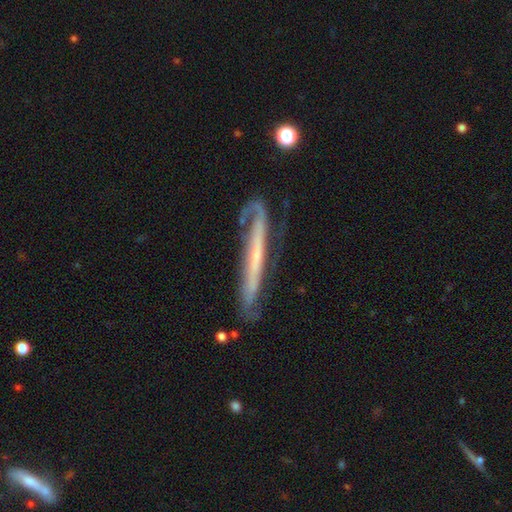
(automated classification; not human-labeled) smooth_or_featured: featured or disk (p=0.70) [alt: smooth p=0.23]
disk_edge_on: yes (p=0.71) [alt: no p=0.29]
merging: none (p=0.58) [alt: minor disturbance p=0.23]